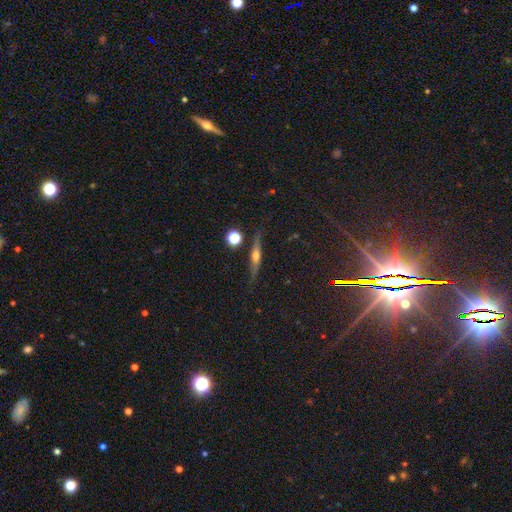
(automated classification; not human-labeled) featured or disk 60%, smooth 29%, star or artifact 11%. Down the decision tree: edge-on disk — yes (92%); edge-on bulge — rounded (87%); merging — none (81%).